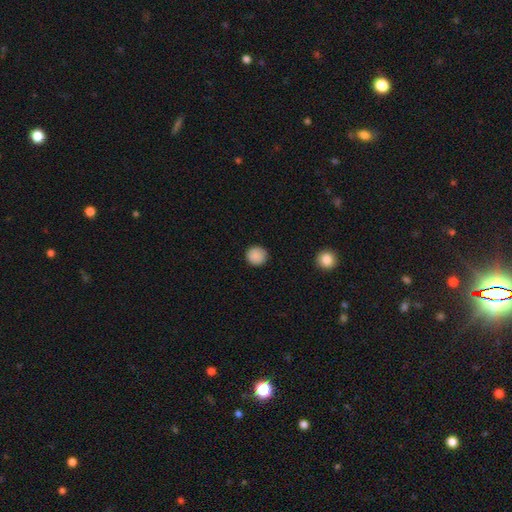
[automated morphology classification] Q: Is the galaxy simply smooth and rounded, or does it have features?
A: smooth — 89%.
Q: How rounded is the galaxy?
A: round — 93%.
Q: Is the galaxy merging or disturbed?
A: none — 91%.